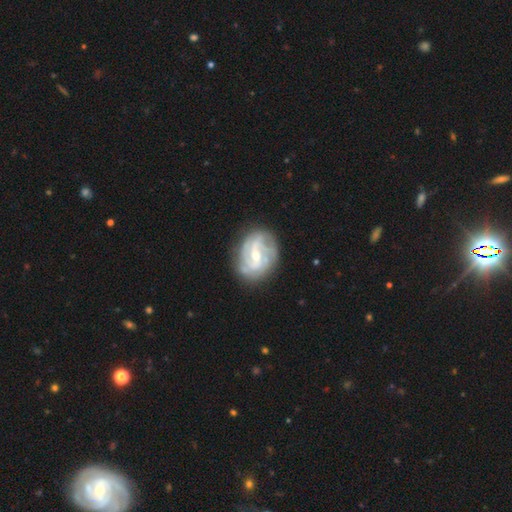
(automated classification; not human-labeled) Smooth or featured? featured or disk (84%)
Edge-on disk? no (98%)
Bar? weak (52%)
Spiral arms? yes (95%)
Spiral winding? tight (48%)
Spiral arm count? 2 (30%)
Bulge size? small (48%)
Merging? none (76%)